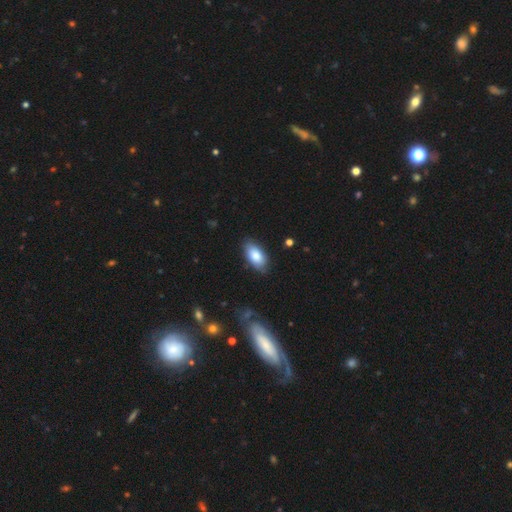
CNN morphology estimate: smooth_or_featured: smooth (p=0.81) [alt: featured or disk p=0.12]
how_rounded: in between (p=0.93) [alt: cigar-shaped p=0.04]
merging: none (p=0.79) [alt: minor disturbance p=0.16]